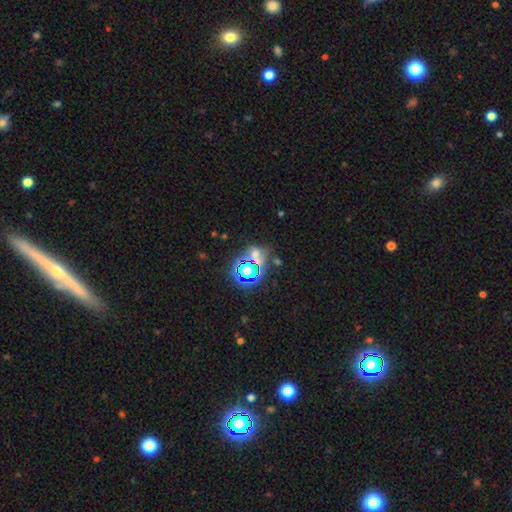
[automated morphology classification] Overall: star or artifact (55%; smooth 34%).